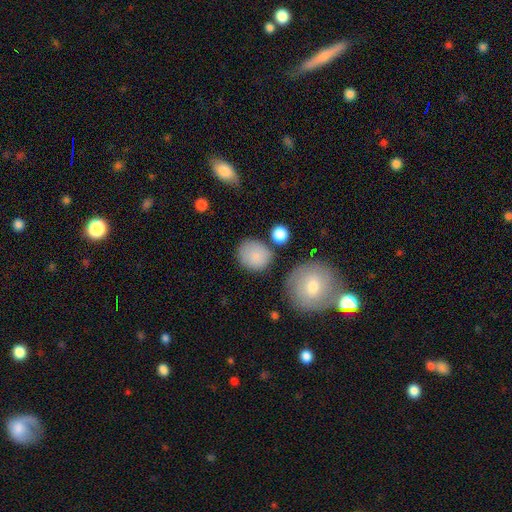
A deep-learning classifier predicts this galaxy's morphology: smooth_or_featured: smooth (p=0.86) [alt: star or artifact p=0.07]
how_rounded: round (p=0.75) [alt: in between p=0.24]
merging: none (p=0.73) [alt: minor disturbance p=0.15]